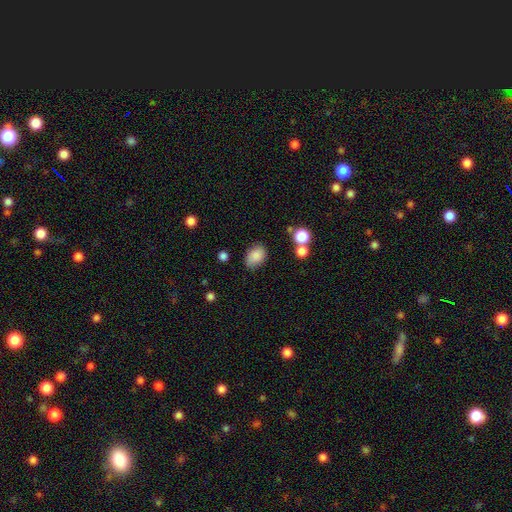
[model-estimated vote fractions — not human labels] Overall: smooth (85%). How rounded: in between (78%). Merging: none (75%).